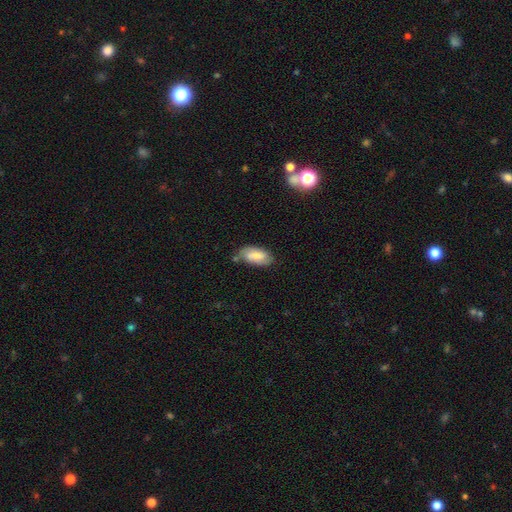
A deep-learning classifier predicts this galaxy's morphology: smooth_or_featured: smooth (p=0.74) [alt: featured or disk p=0.19]
how_rounded: in between (p=0.91) [alt: cigar-shaped p=0.06]
merging: none (p=0.67) [alt: minor disturbance p=0.22]